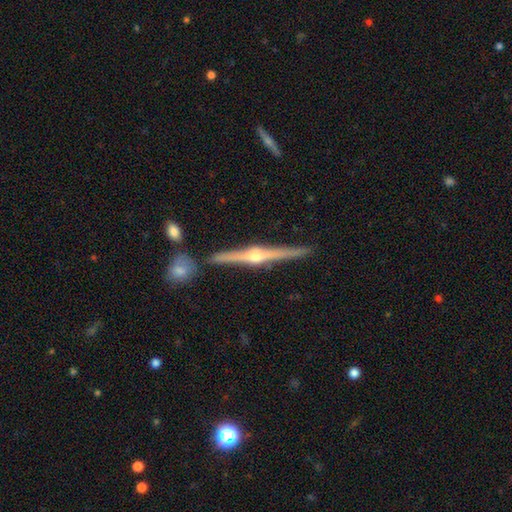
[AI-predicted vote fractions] A featured or disk galaxy (87%) viewed edge-on (99%) with a rounded central bulge (92%). Merging: none (88%).